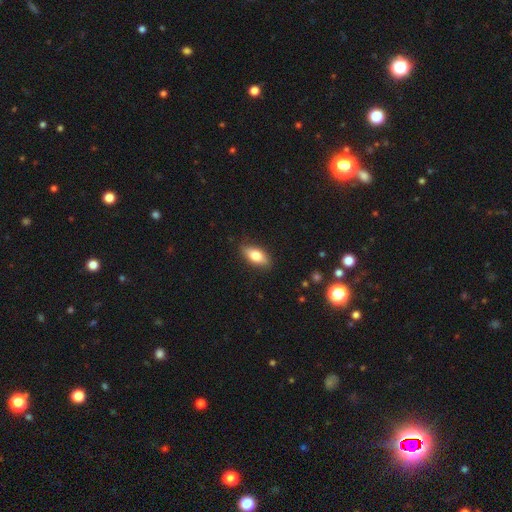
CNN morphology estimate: Smooth or featured? smooth (77%)
How rounded? in between (84%)
Merging? none (85%)